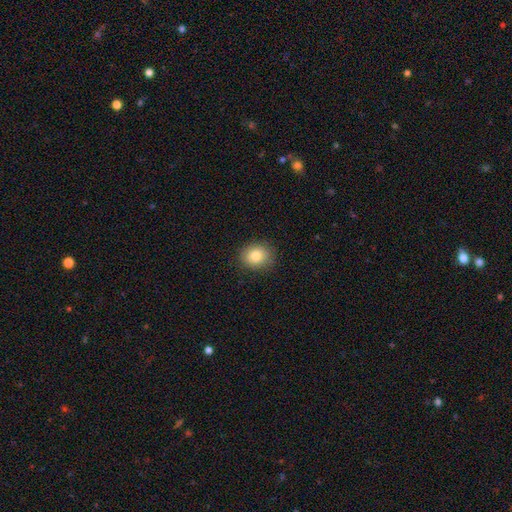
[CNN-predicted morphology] type=smooth (83%); roundness=round (66%); merging=none (88%).